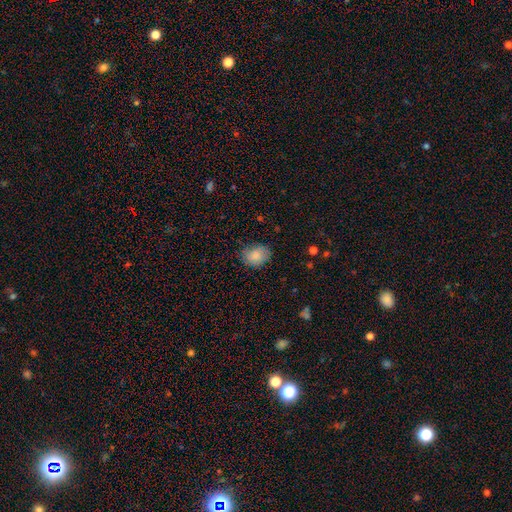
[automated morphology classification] smooth 84%, featured or disk 9%, star or artifact 7%. Down the decision tree: how rounded — in between (61%); merging — none (77%).